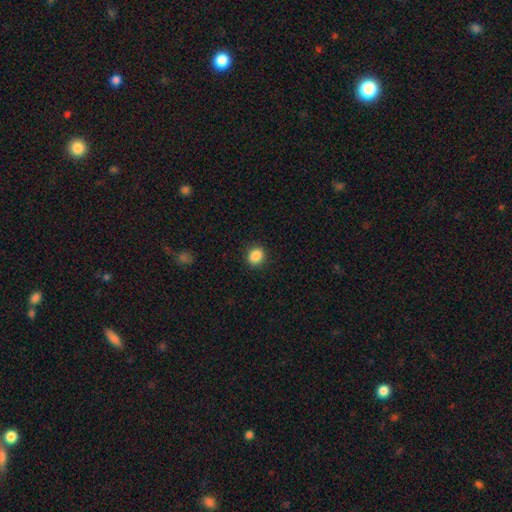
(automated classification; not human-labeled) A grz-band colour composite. It shows a smooth galaxy with no disk features (88%) that is round (66%). Merging: none (90%).